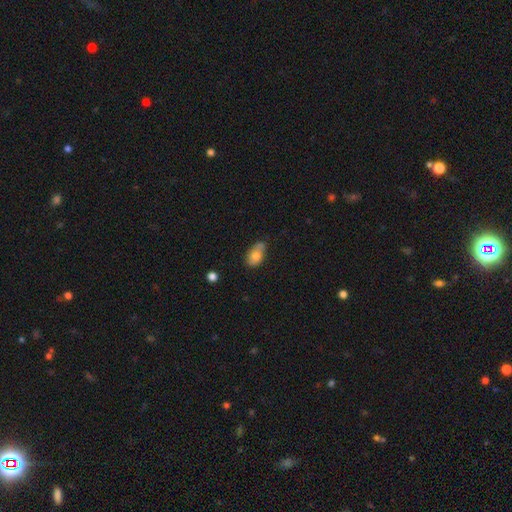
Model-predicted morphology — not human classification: A smooth galaxy with no disk features (74%) that is in between round and cigar-shaped (87%). Merging: none (45%).